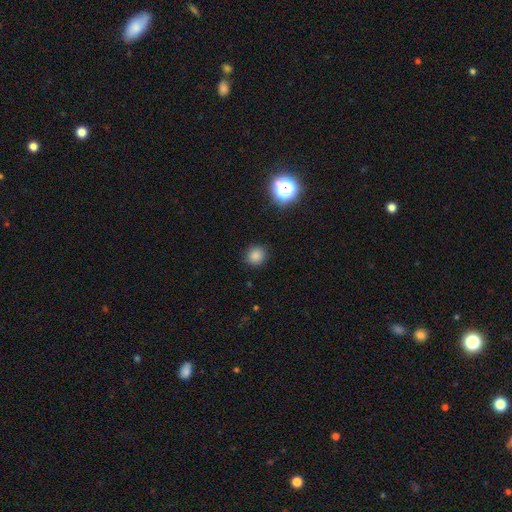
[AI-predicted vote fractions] This appears to be a smooth galaxy with no disk features (82%) that is round (90%). Merging: none (89%).